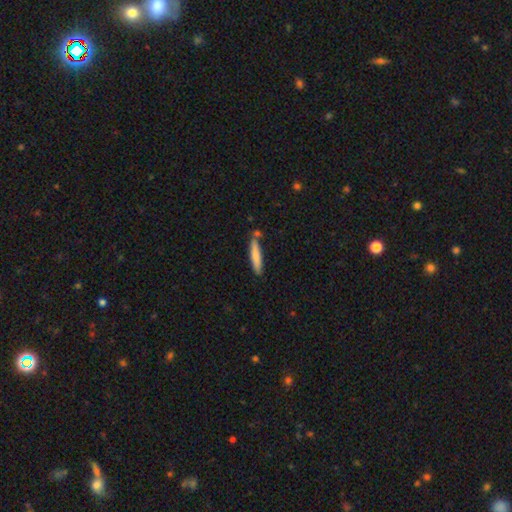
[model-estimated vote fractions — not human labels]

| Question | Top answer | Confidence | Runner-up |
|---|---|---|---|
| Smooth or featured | smooth | 76% | featured or disk (18%) |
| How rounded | cigar-shaped | 89% | in between (10%) |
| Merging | none | 73% | minor disturbance (15%) |